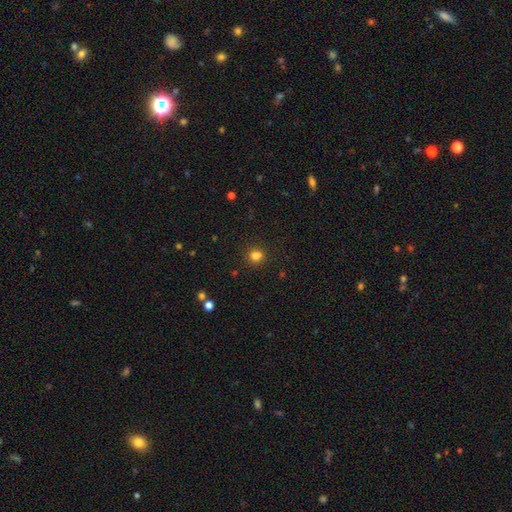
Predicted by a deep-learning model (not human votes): Smooth or featured? smooth (79%)
How rounded? round (82%)
Merging? none (74%)